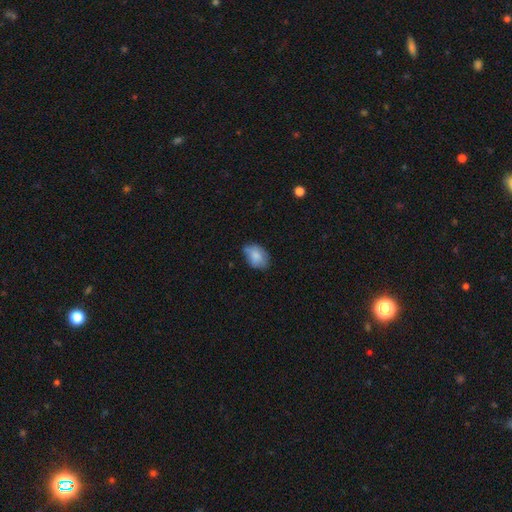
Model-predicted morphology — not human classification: A smooth galaxy with no disk features (81%) that is in between round and cigar-shaped (82%). Merging: none (60%).